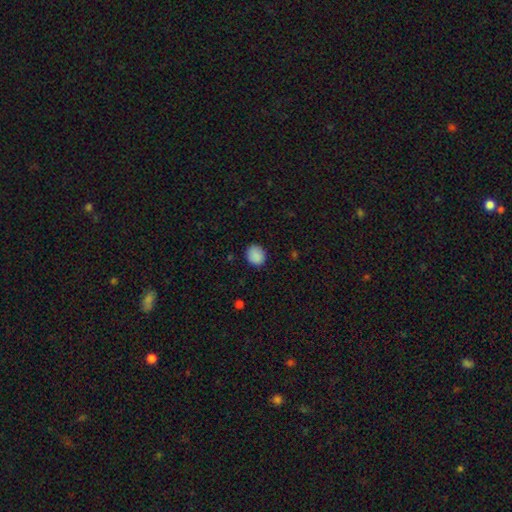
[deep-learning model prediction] The model was most divided on "how rounded": round: 74%, in between: 25%, cigar-shaped: 1%. More confident: smooth or featured — smooth (88%); merging — none (85%).